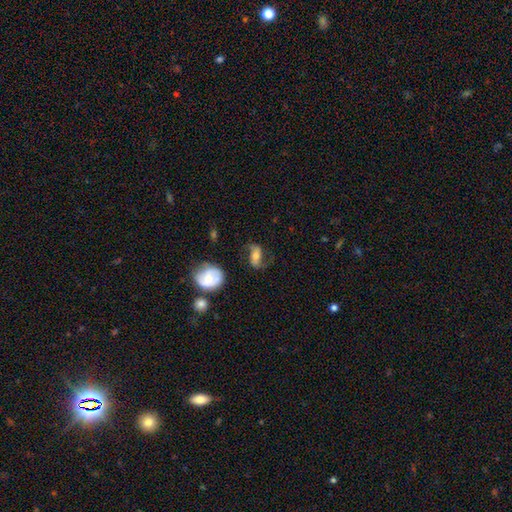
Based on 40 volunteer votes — This appears to be a featured or disk galaxy (62%) with a strong bar (65%), 2 (94%) medium (50%) spiral arms (90%) and a moderate central bulge (60%). Merging: none (67%).